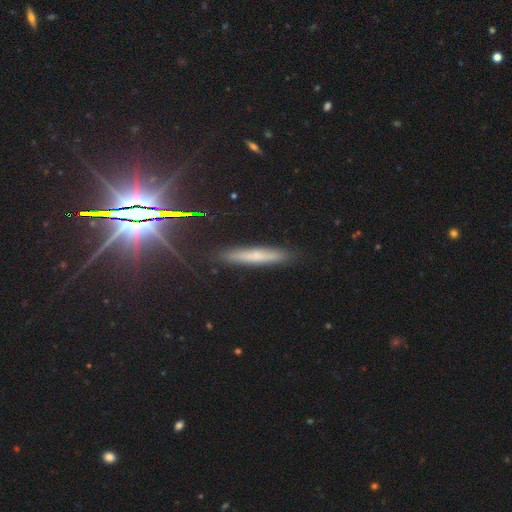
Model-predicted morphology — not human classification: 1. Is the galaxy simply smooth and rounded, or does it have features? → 48% smooth, 34% featured or disk, 18% star or artifact.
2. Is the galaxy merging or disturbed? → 88% none, 9% minor disturbance, 2% major disturbance, 1% merger.